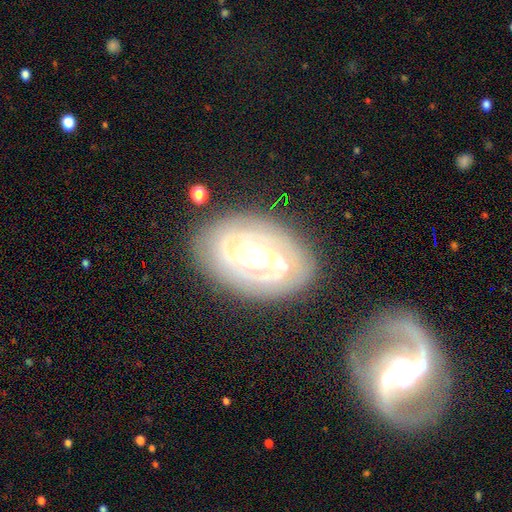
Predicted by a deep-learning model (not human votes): smooth_or_featured: featured or disk (p=0.85) [alt: smooth p=0.10]
disk_edge_on: no (p=0.96) [alt: yes p=0.04]
bar: no (p=0.38) [alt: weak p=0.33]
has_spiral_arms: yes (p=0.91) [alt: no p=0.09]
spiral_winding: tight (p=0.72) [alt: medium p=0.23]
spiral_arm_count: 2 (p=0.54) [alt: can't tell p=0.21]
bulge_size: moderate (p=0.45) [alt: large p=0.35]
merging: none (p=0.78) [alt: minor disturbance p=0.14]